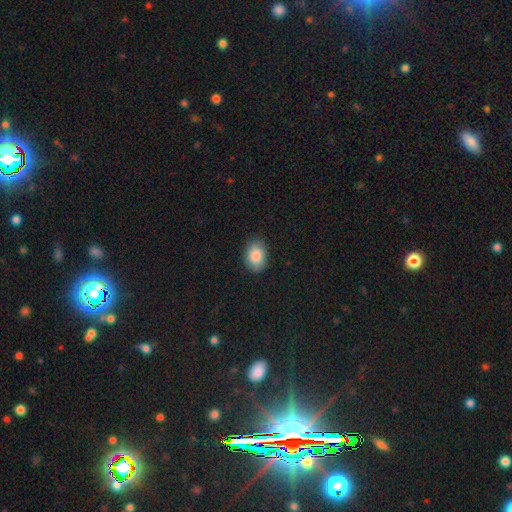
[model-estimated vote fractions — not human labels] Smooth or featured: smooth — 86% (star or artifact — 7%)
How rounded: in between — 75% (round — 24%)
Merging: none — 83% (minor disturbance — 13%)